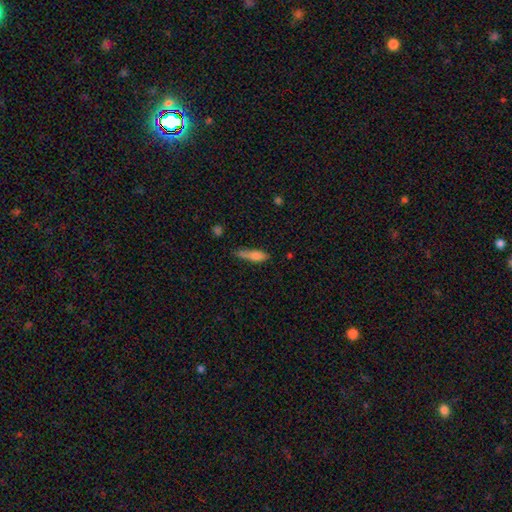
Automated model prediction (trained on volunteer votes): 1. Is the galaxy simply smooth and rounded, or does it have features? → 75% smooth, 17% featured or disk, 8% star or artifact.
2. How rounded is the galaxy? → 66% cigar-shaped, 31% in between, 2% round.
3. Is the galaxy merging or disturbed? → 50% none, 34% minor disturbance, 10% major disturbance, 6% merger.